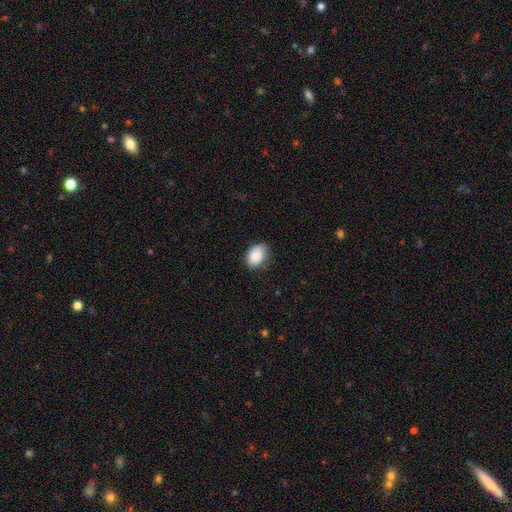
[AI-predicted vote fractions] Smooth or featured? smooth (88%)
How rounded? in between (81%)
Merging? none (77%)